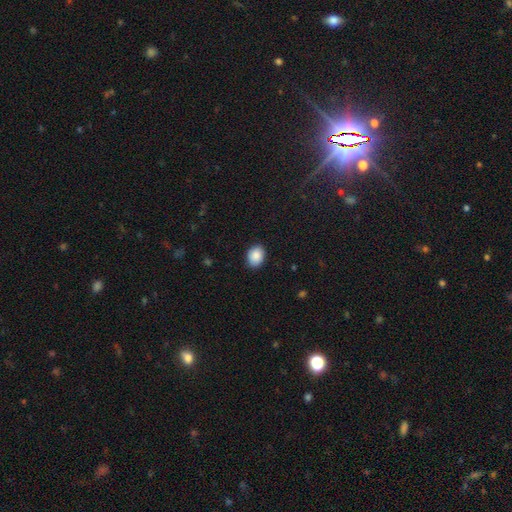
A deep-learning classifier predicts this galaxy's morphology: Overall: smooth (89%). How rounded: in between (64%; round 35%). Merging: none (89%).